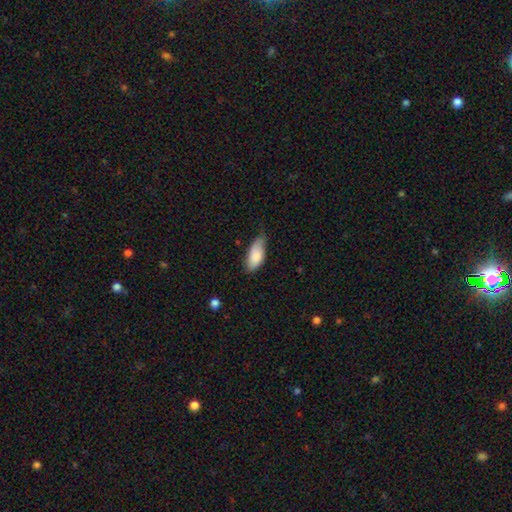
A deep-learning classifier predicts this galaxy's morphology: Smooth or featured? smooth (84%)
How rounded? in between (88%)
Merging? minor disturbance (46%)